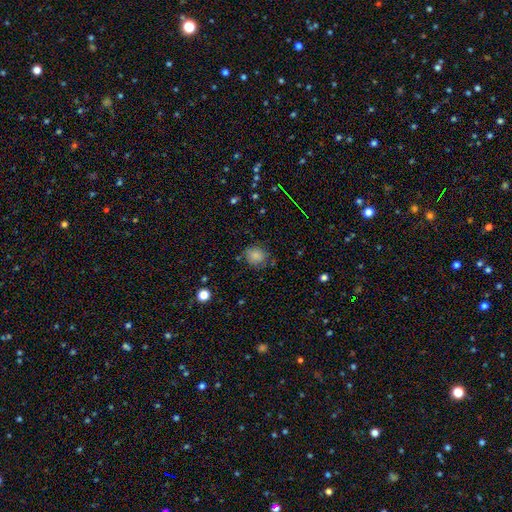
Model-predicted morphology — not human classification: A smooth galaxy with no disk features (79%) that is round (69%). Merging: none (70%).